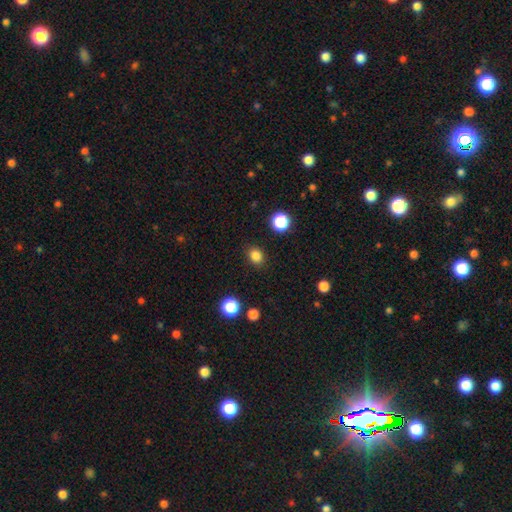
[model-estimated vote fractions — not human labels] This is clearly a smooth galaxy (84%). How rounded: possibly round (57%). Merging: clearly none (88%).